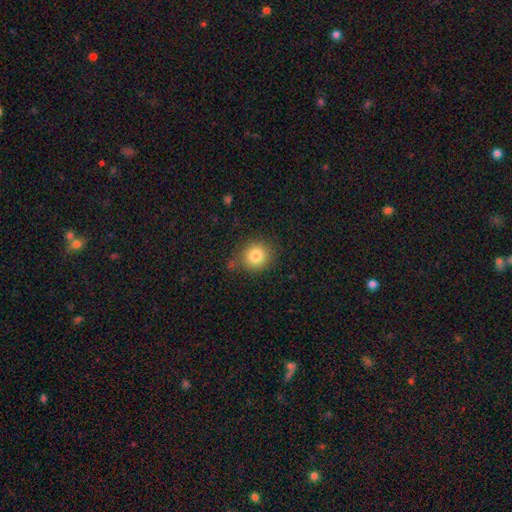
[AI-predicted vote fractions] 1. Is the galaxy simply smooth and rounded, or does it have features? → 82% smooth, 10% star or artifact, 8% featured or disk.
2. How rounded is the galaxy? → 86% round, 13% in between, 1% cigar-shaped.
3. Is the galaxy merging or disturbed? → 75% none, 16% minor disturbance, 5% major disturbance, 4% merger.